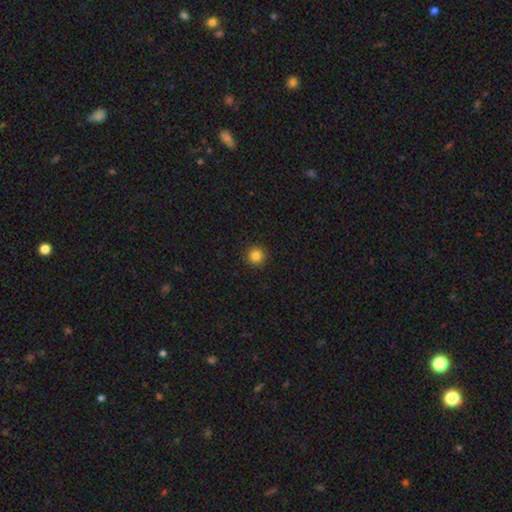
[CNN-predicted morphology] A smooth galaxy with no disk features (83%) that is round (95%). Merging: none (93%).